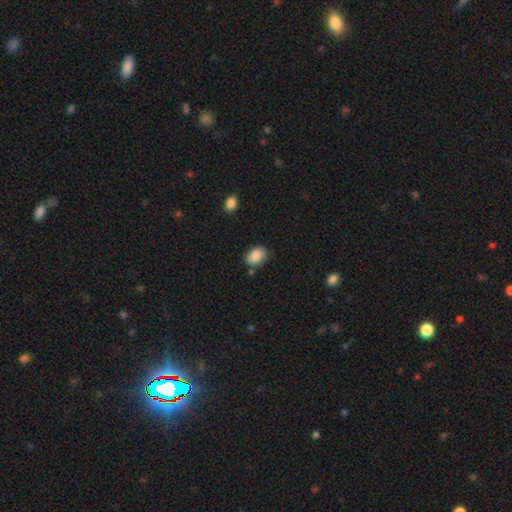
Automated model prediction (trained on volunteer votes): Morphology: type=smooth (87%); roundness=in between (71%); merging=none (77%).